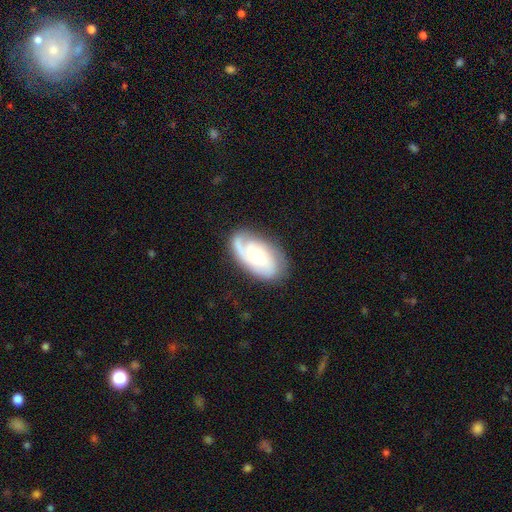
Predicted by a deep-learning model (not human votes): Q: Smooth or featured?
A: featured or disk (73%); runner-up: smooth (21%)
Q: Edge-on disk?
A: no (95%); runner-up: yes (5%)
Q: Bar?
A: no (68%); runner-up: weak (26%)
Q: Spiral arms?
A: yes (94%); runner-up: no (6%)
Q: Spiral winding?
A: tight (52%); runner-up: medium (34%)
Q: Spiral arm count?
A: 2 (39%); runner-up: can't tell (22%)
Q: Bulge size?
A: moderate (45%); runner-up: small (41%)
Q: Merging?
A: none (73%); runner-up: minor disturbance (18%)